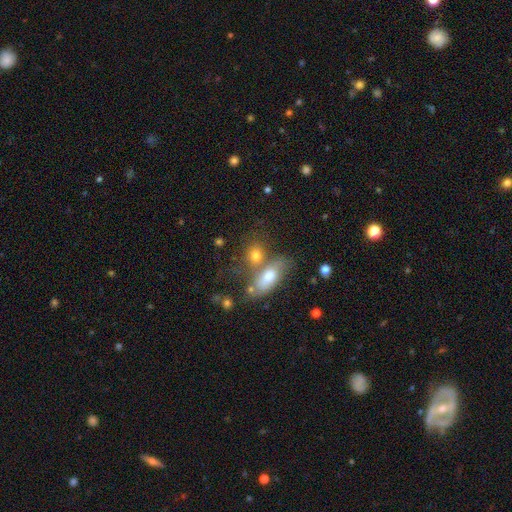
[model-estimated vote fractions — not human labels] A smooth galaxy with no disk features (72%) that is in between round and cigar-shaped (67%). Merging: merger (46%).